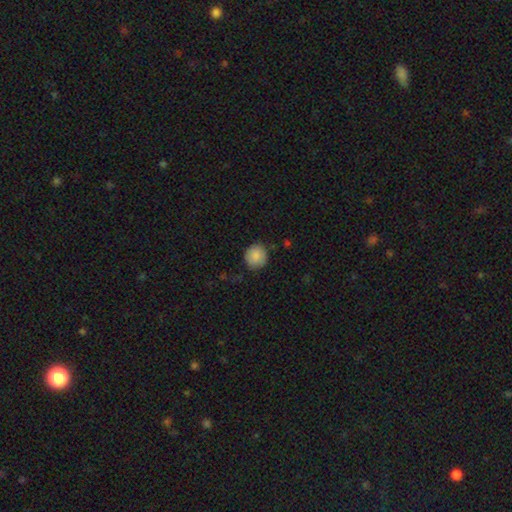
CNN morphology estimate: smooth 88%, star or artifact 8%, featured or disk 5%. Down the decision tree: how rounded — round (90%); merging — none (85%).